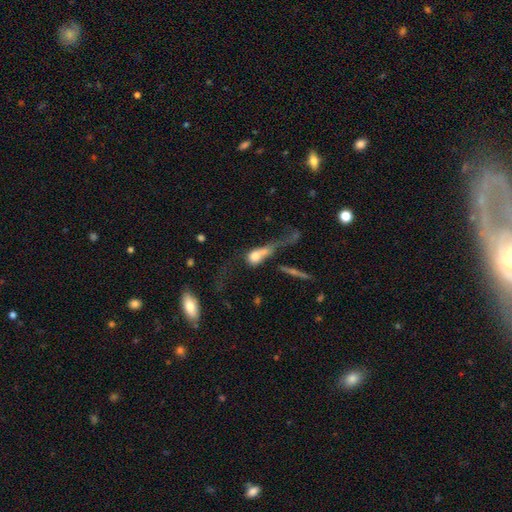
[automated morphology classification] Smooth or featured? smooth (59%)
How rounded? in between (50%)
Merging? merger (45%)